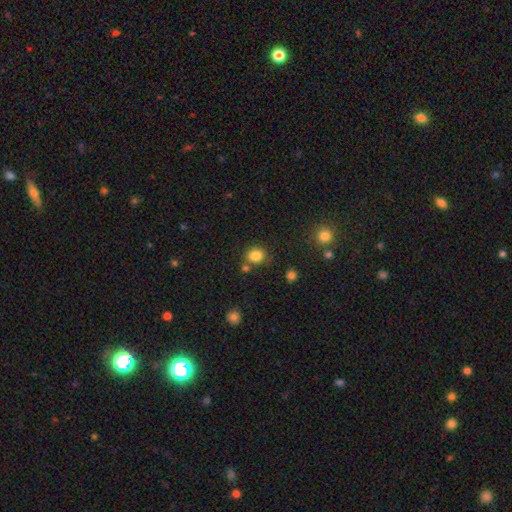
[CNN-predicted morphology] A smooth galaxy with no disk features (84%) that is round (73%).

Vote fractions:
- Smooth or featured? smooth: 84% / star or artifact: 11% / featured or disk: 5%
- How rounded? round: 73% / in between: 26% / cigar-shaped: 1%
- Merging? none: 72% / minor disturbance: 12% / merger: 12% / major disturbance: 4%